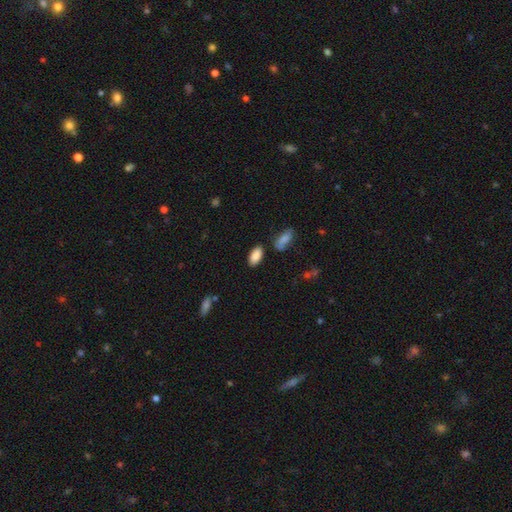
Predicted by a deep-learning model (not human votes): This appears to be a smooth galaxy with no disk features (88%) that is in between round and cigar-shaped (93%). Merging: none (81%).